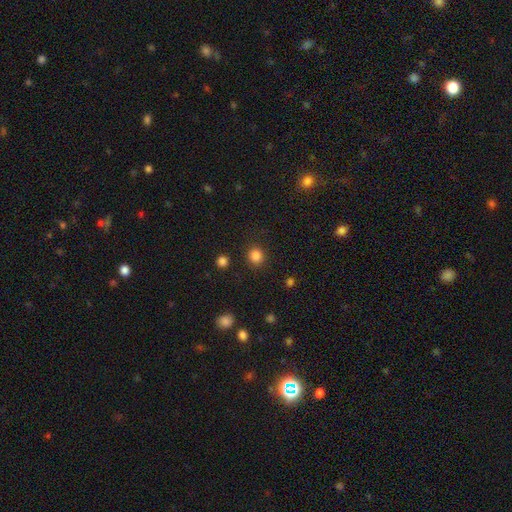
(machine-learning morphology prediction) Q: Smooth or featured?
A: smooth (85%); runner-up: star or artifact (12%)
Q: How rounded?
A: round (87%); runner-up: in between (12%)
Q: Merging?
A: none (89%); runner-up: minor disturbance (6%)